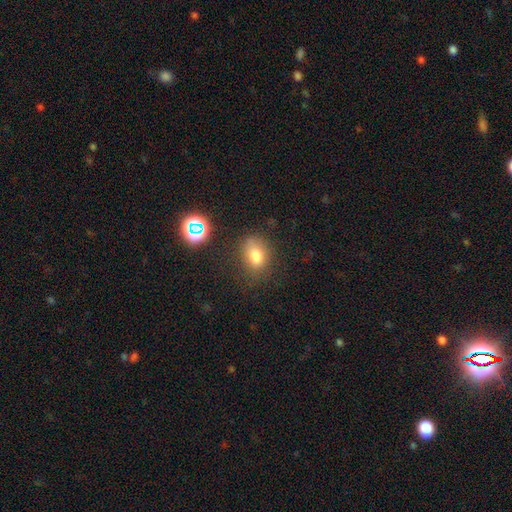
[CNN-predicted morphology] Smooth or featured: smooth — 75% (star or artifact — 14%)
How rounded: in between — 69% (round — 30%)
Merging: none — 65% (minor disturbance — 22%)